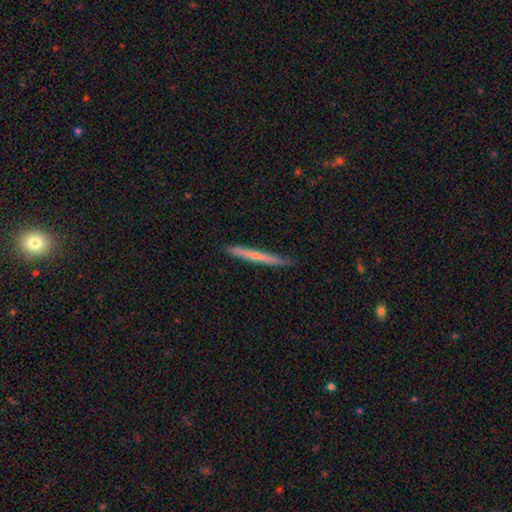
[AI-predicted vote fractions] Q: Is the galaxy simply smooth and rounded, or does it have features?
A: smooth — 49%.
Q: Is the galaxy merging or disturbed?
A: none — 88%.